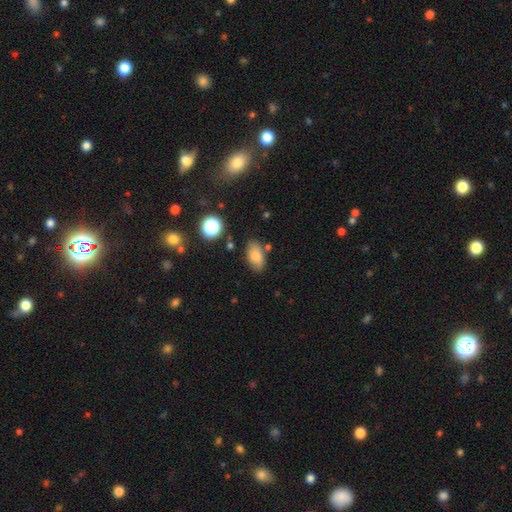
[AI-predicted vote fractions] This is clearly a smooth galaxy (81%). How rounded: clearly in between (91%). Merging: likely none (78%).